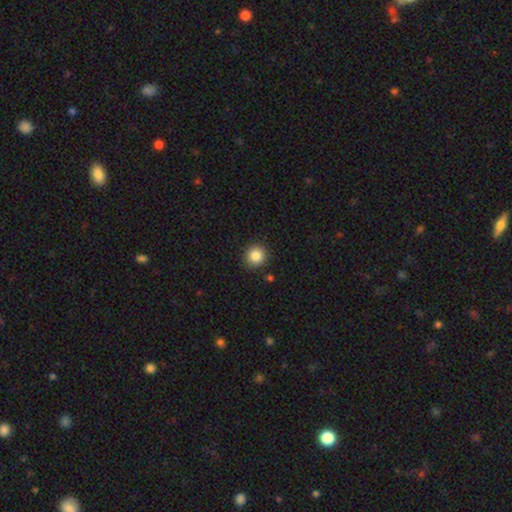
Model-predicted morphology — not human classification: A smooth galaxy with no disk features (86%) that is round (94%).

Vote fractions:
- Smooth or featured? smooth: 86% / star or artifact: 10% / featured or disk: 4%
- How rounded? round: 94% / in between: 5% / cigar-shaped: 1%
- Merging? none: 90% / minor disturbance: 6% / major disturbance: 2% / merger: 2%